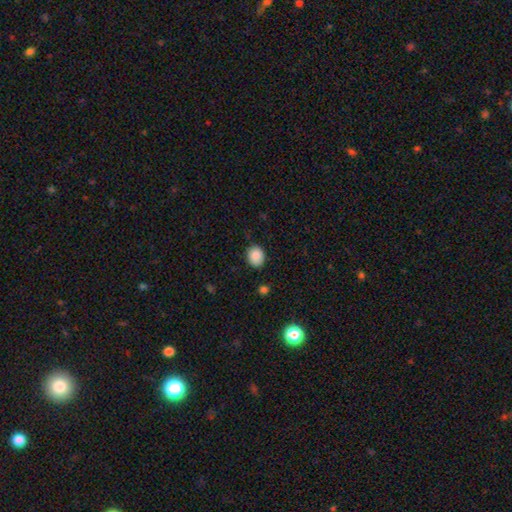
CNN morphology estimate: Smooth or featured? smooth (88%)
How rounded? round (56%)
Merging? none (83%)